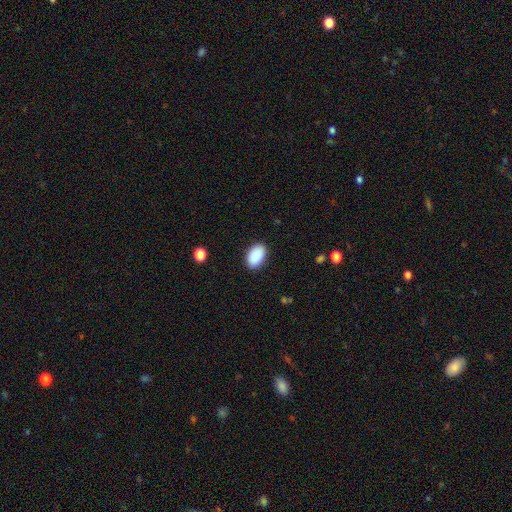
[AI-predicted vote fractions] Overall: smooth (90%). How rounded: in between (92%). Merging: none (88%).